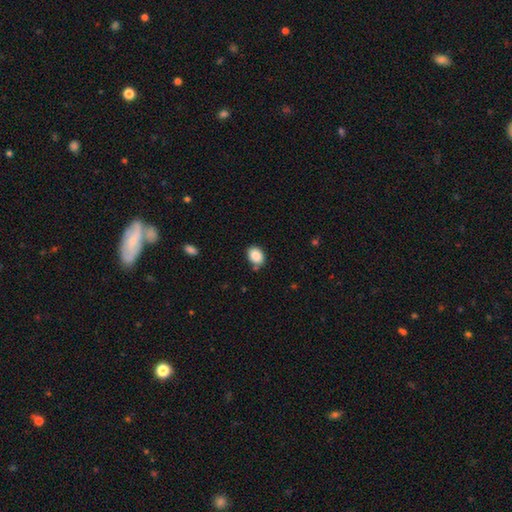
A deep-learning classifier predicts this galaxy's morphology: Smooth or featured?
  - smooth: 88% *
  - star or artifact: 8%
  - featured or disk: 4%
How rounded?
  - in between: 60% *
  - round: 39%
  - cigar-shaped: 1%
Merging?
  - none: 76% *
  - minor disturbance: 16%
  - merger: 5%
  - major disturbance: 3%